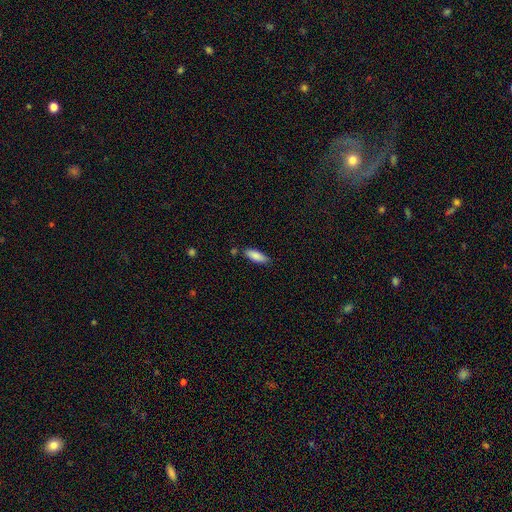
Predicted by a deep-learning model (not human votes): A smooth galaxy with no disk features (86%) that is in between round and cigar-shaped (61%).

Vote fractions:
- Smooth or featured? smooth: 86% / featured or disk: 8% / star or artifact: 6%
- How rounded? in between: 61% / cigar-shaped: 37% / round: 2%
- Merging? none: 77% / minor disturbance: 15% / merger: 5% / major disturbance: 3%